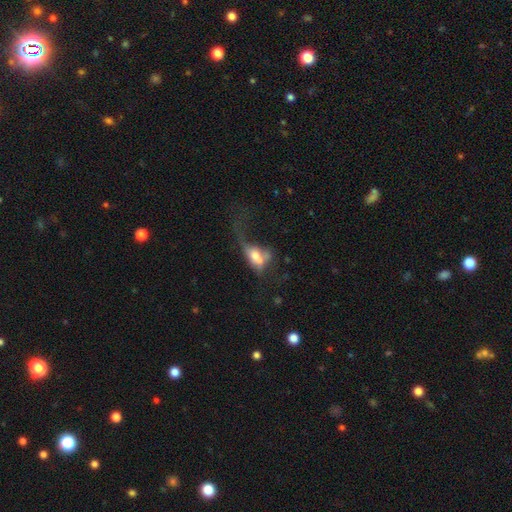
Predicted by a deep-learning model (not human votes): smooth-or-featured: smooth: 53% | featured or disk: 37% | star or artifact: 10%
  how-rounded: in between: 70% | round: 21% | cigar-shaped: 9%
  merging: merger: 47% | major disturbance: 29% | none: 14% | minor disturbance: 10%